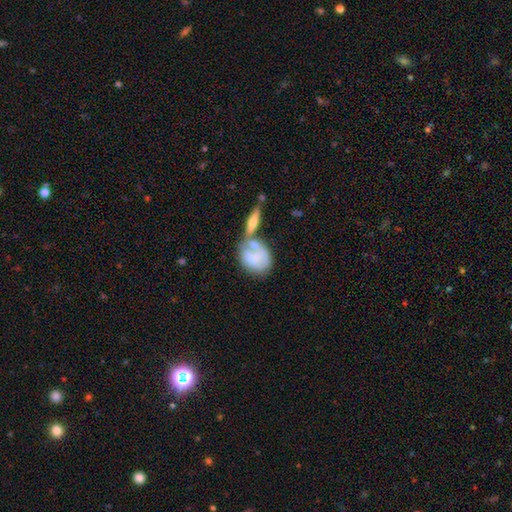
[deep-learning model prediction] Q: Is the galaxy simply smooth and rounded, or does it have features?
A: smooth — 61%.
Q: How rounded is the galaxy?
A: in between — 64%.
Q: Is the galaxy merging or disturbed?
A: merger — 45%.